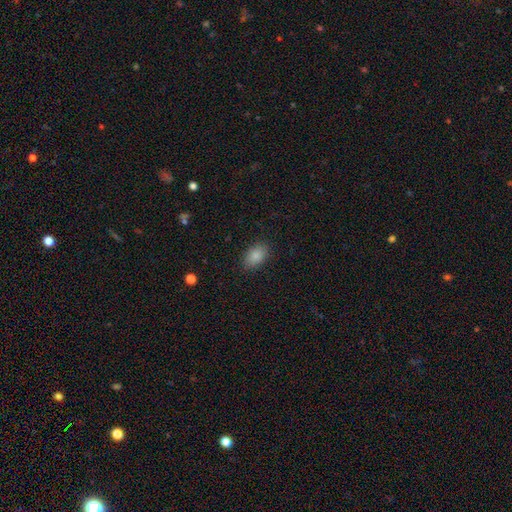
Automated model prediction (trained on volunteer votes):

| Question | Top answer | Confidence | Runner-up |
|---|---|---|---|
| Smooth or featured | smooth | 86% | star or artifact (8%) |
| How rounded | in between | 88% | round (10%) |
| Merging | none | 87% | minor disturbance (10%) |